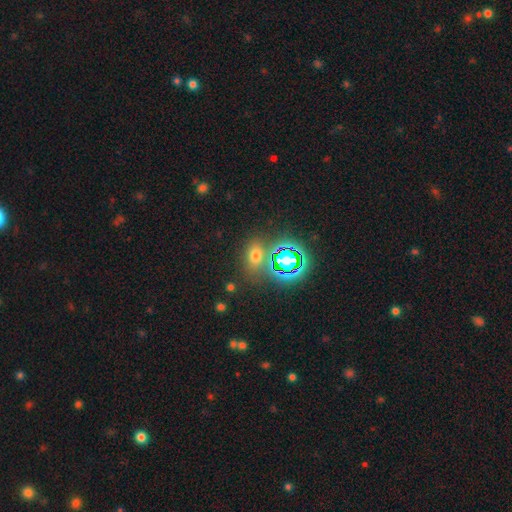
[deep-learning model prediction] Smooth or featured: smooth — 54% (star or artifact — 37%)
How rounded: in between — 67% (round — 31%)
Merging: none — 75% (minor disturbance — 11%)